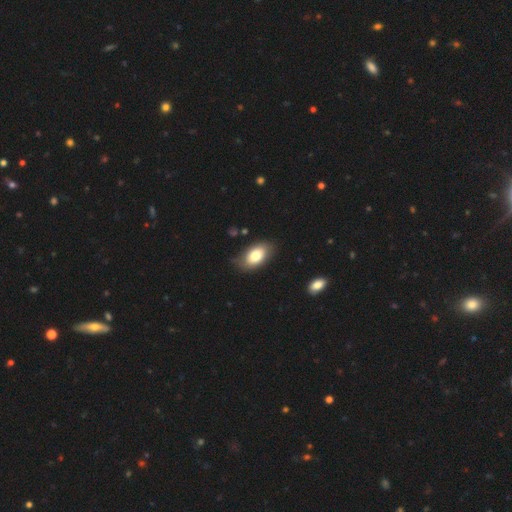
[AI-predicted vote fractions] This is likely a smooth galaxy (76%). How rounded: clearly in between (92%). Merging: likely none (77%).